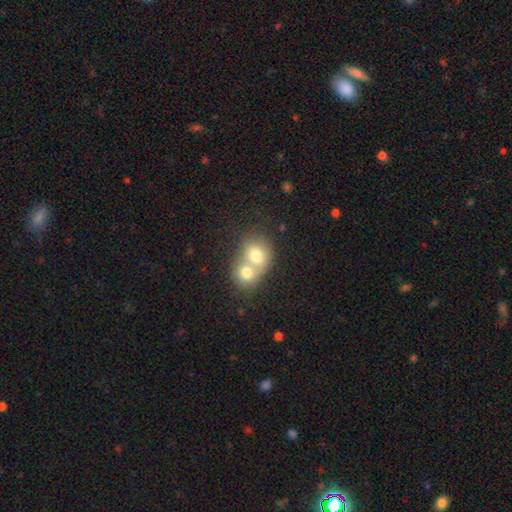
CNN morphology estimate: A smooth galaxy with no disk features (71%) that is round (66%). Merging: merger (74%).